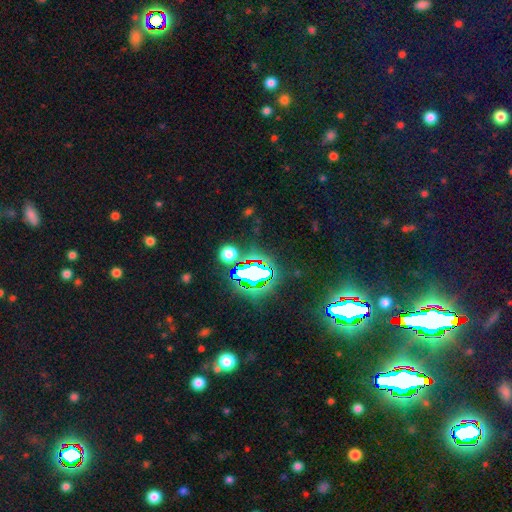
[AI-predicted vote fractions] This appears to be a star or artifact, not a galaxy (83%).